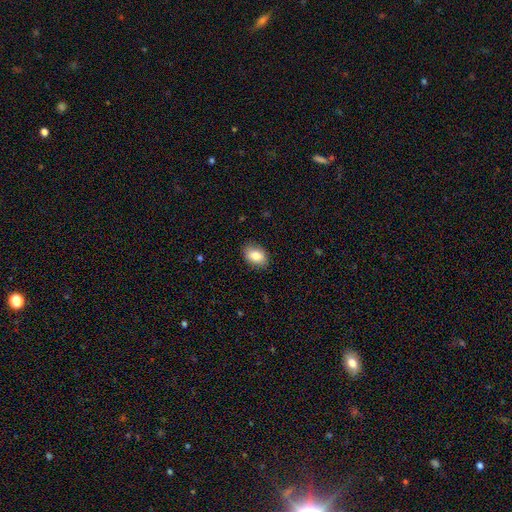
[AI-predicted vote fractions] Smooth or featured? smooth (82%)
How rounded? in between (81%)
Merging? none (87%)